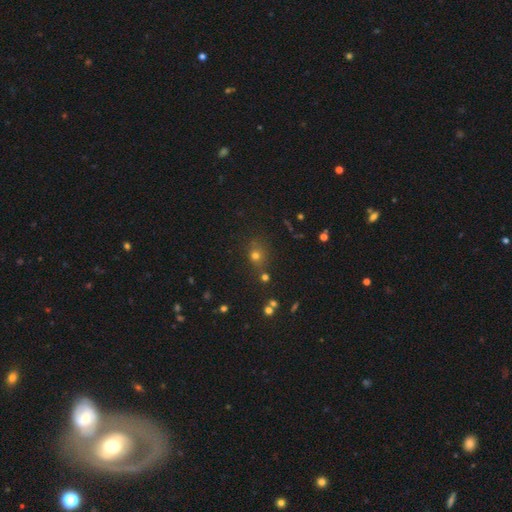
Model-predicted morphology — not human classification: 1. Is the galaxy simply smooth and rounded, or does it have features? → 63% smooth, 28% star or artifact, 9% featured or disk.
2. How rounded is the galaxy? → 76% round, 23% in between, 1% cigar-shaped.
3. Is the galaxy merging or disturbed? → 74% none, 13% minor disturbance, 8% merger, 5% major disturbance.